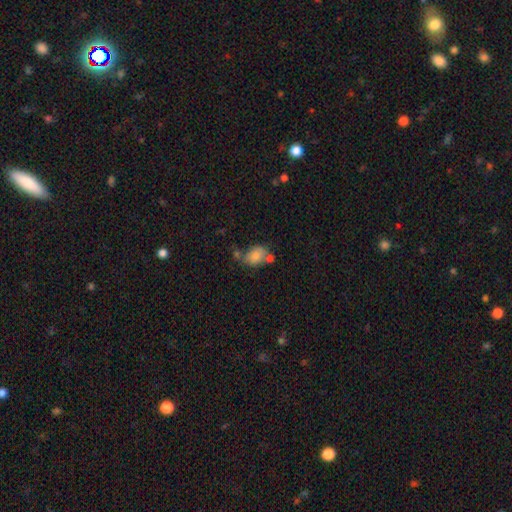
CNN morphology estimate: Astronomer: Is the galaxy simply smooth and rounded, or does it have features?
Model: smooth — 78%.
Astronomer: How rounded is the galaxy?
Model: in between — 74%.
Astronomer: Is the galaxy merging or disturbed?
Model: none — 47% (runner-up: merger, 27%).